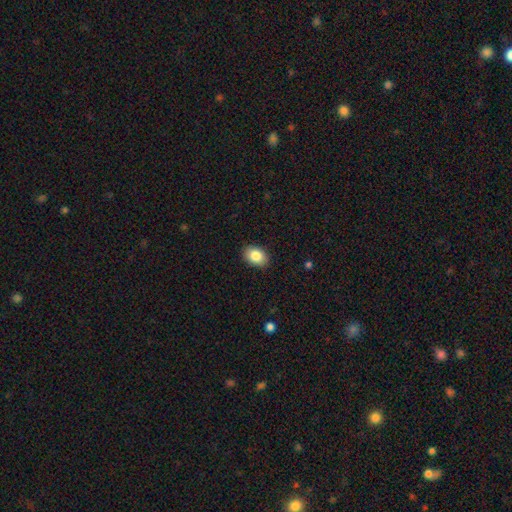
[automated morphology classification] This appears to be a smooth galaxy with no disk features (86%) that is in between round and cigar-shaped (77%). Merging: none (89%).